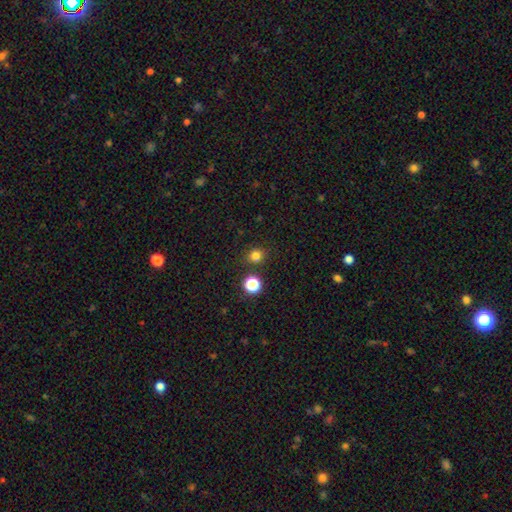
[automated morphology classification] smooth-or-featured: smooth: 77% | star or artifact: 18% | featured or disk: 5%
  how-rounded: round: 82% | in between: 17% | cigar-shaped: 1%
  merging: none: 81% | minor disturbance: 9% | merger: 6% | major disturbance: 3%